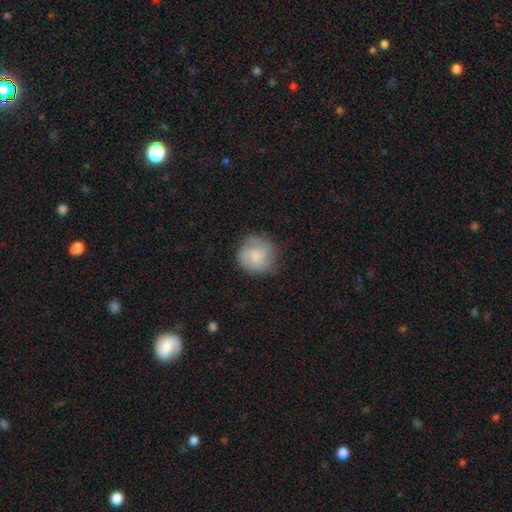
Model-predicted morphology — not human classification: smooth_or_featured: smooth (p=0.55) [alt: featured or disk p=0.37]
how_rounded: round (p=0.89) [alt: in between p=0.10]
merging: none (p=0.69) [alt: minor disturbance p=0.21]